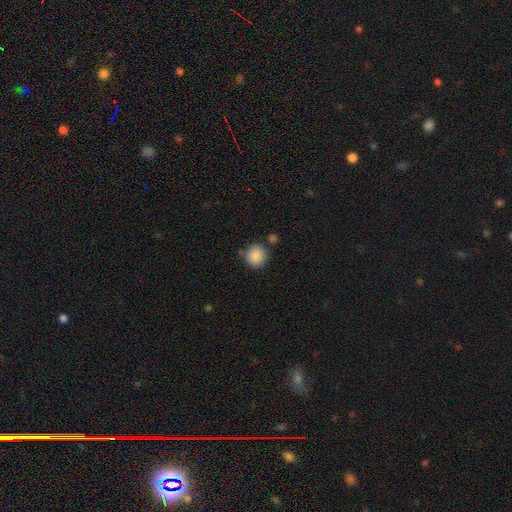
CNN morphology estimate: A smooth galaxy with no disk features (88%) that is round (86%).

Vote fractions:
- Smooth or featured? smooth: 88% / star or artifact: 8% / featured or disk: 4%
- How rounded? round: 86% / in between: 13% / cigar-shaped: 1%
- Merging? none: 79% / minor disturbance: 12% / merger: 6% / major disturbance: 3%